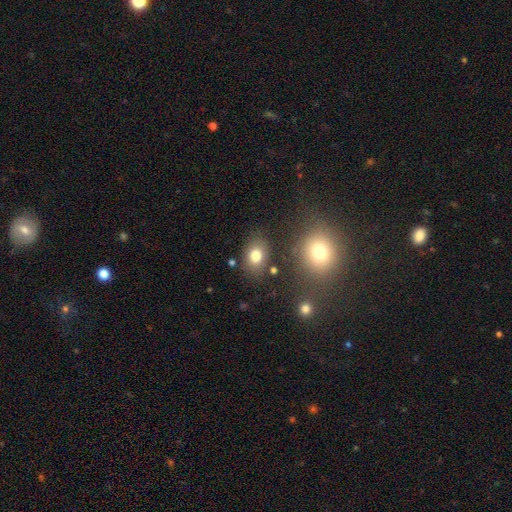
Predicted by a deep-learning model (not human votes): Morphology: type=smooth (79%); roundness=in between (69%); merging=none (77%).